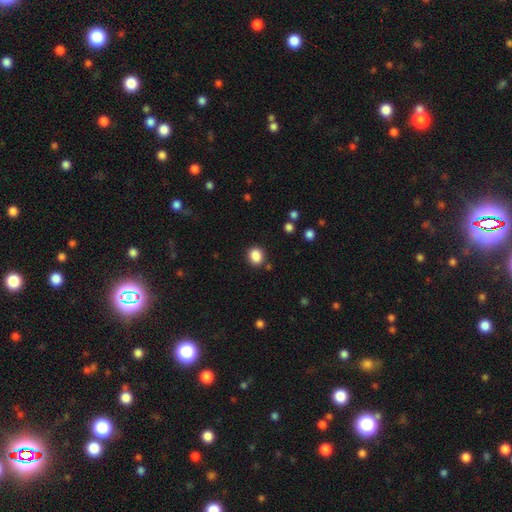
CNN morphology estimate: smooth 87%, star or artifact 10%, featured or disk 3%. Down the decision tree: how rounded — round (64%); merging — none (86%).